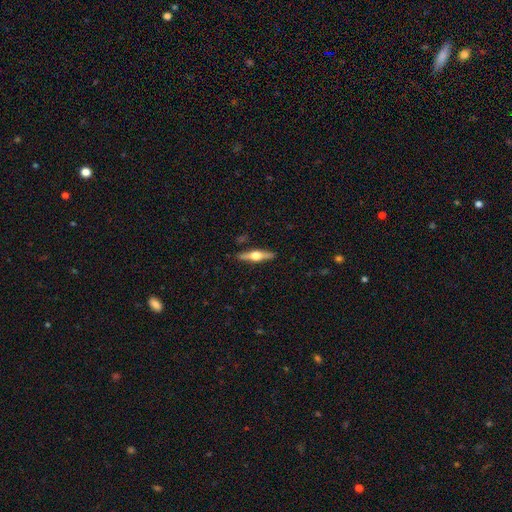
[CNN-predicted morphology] smooth-or-featured: featured or disk: 71% | smooth: 24% | star or artifact: 5%
  disk-edge-on: yes: 97% | no: 3%
    edge-on-bulge: rounded: 95% | boxy: 3% | none: 2%
  merging: none: 90% | minor disturbance: 7% | major disturbance: 2% | merger: 1%